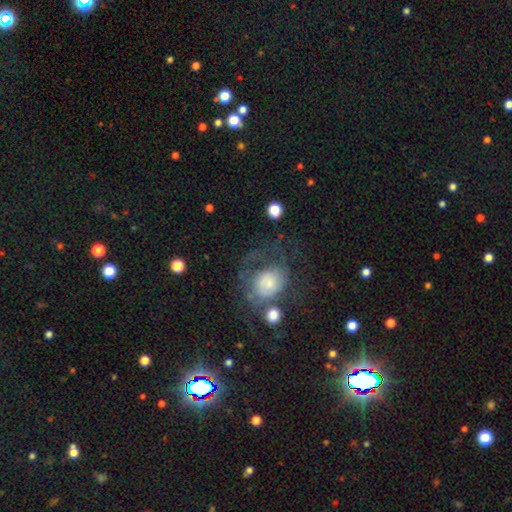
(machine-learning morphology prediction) Q: Smooth or featured?
A: star or artifact (37%); runner-up: featured or disk (34%)